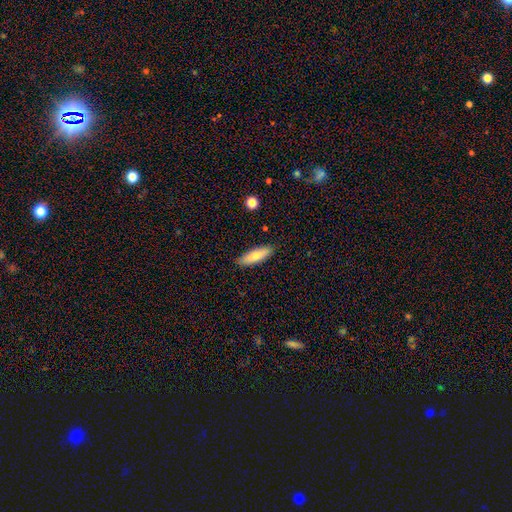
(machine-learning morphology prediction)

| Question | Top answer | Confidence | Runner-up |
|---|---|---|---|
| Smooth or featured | smooth | 73% | featured or disk (20%) |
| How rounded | in between | 50% | cigar-shaped (48%) |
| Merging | none | 88% | minor disturbance (9%) |